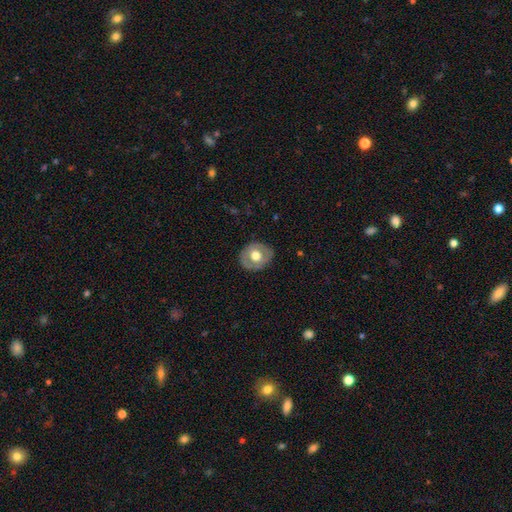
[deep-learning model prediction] smooth 52%, featured or disk 42%, star or artifact 6%. Down the decision tree: how rounded — round (69%); merging — none (83%).